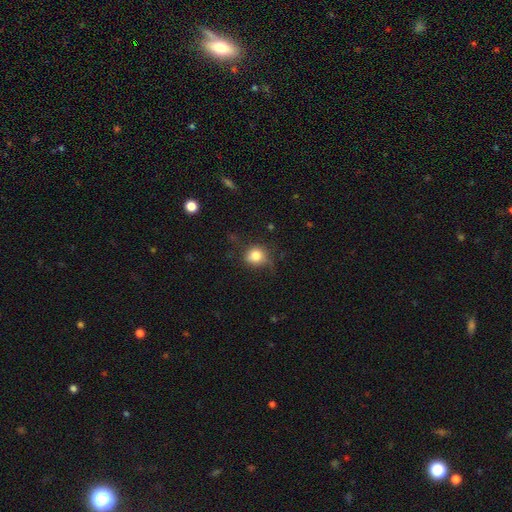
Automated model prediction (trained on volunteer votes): This is likely a smooth galaxy (80%). How rounded: likely round (80%). Merging: likely none (62%).